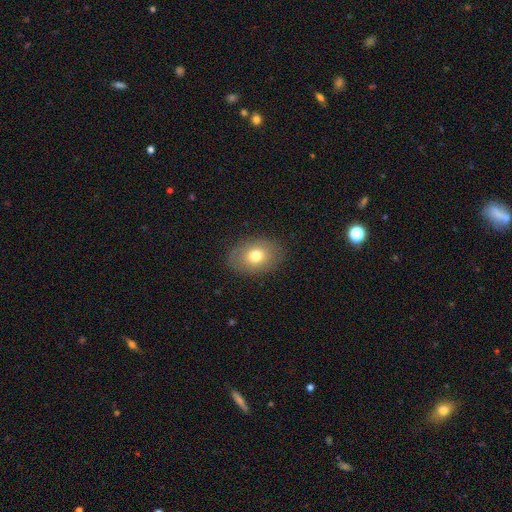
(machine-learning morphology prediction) type=smooth (72%); roundness=in between (77%); merging=none (84%).